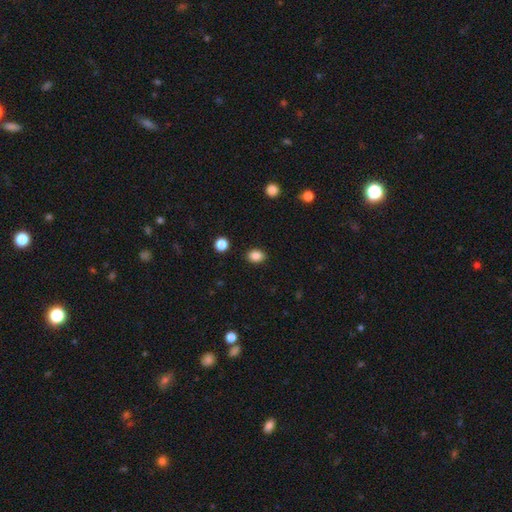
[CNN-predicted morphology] Smooth or featured?
  - smooth: 86% *
  - star or artifact: 10%
  - featured or disk: 4%
How rounded?
  - in between: 61% *
  - round: 38%
  - cigar-shaped: 1%
Merging?
  - none: 88% *
  - minor disturbance: 8%
  - major disturbance: 2%
  - merger: 2%